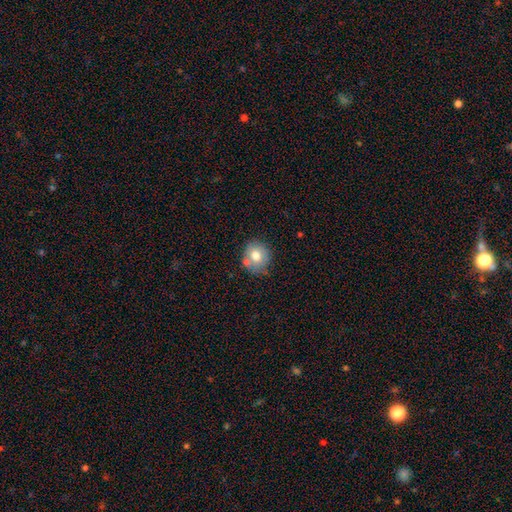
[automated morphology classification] This appears to be a smooth galaxy with no disk features (73%) that is round (80%). Merging: none (65%).